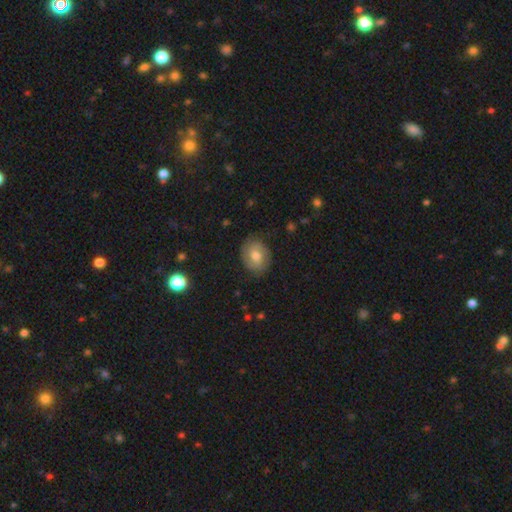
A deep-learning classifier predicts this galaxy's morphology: featured or disk 55%, smooth 37%, star or artifact 9%. Down the decision tree: edge-on disk — no (96%); bar — no (54%); spiral arms — yes (81%); bulge size — moderate (72%); merging — none (82%).